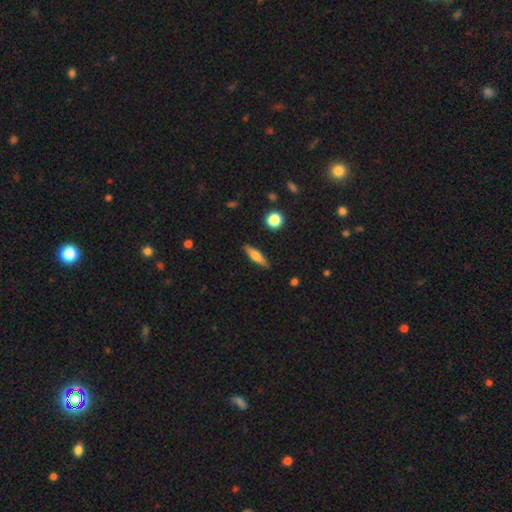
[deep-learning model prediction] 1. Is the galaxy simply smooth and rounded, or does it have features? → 60% smooth, 33% featured or disk, 7% star or artifact.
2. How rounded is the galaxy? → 69% cigar-shaped, 28% in between, 3% round.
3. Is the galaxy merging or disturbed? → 87% none, 9% minor disturbance, 2% major disturbance, 2% merger.